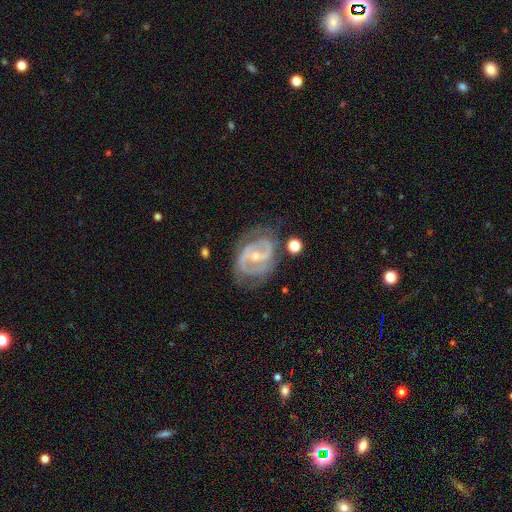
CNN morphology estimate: A featured or disk galaxy (86%) with a weak bar (38%), 2 (72%) medium (44%) spiral arms (89%) and a small central bulge (59%).

Vote fractions:
- Smooth or featured? featured or disk: 86% / smooth: 8% / star or artifact: 6%
- Edge-on disk? no: 97% / yes: 3%
- Bar? weak: 38% / strong: 37% / no: 25%
- Spiral arms? yes: 89% / no: 11%
- Spiral winding? medium: 44% / tight: 43% / loose: 13%
- Spiral arm count? 2: 72% / can't tell: 14% / 3: 7% / 1: 3% / 4: 2% / more than 4: 2%
- Bulge size? small: 59% / moderate: 37% / none: 1% / large: 1% / dominant: 1%
- Merging? none: 64% / minor disturbance: 21% / major disturbance: 11% / merger: 3%